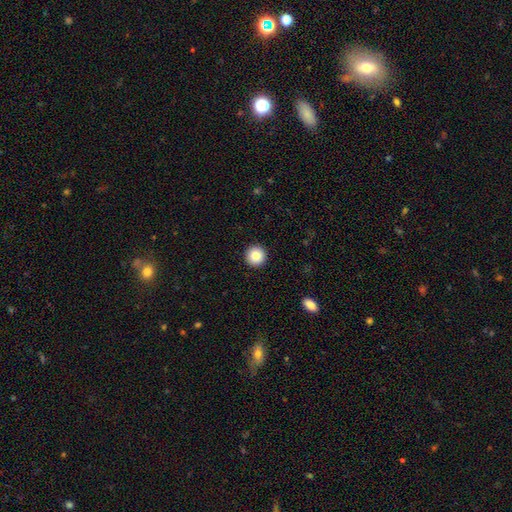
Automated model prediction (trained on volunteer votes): This appears to be a smooth galaxy with no disk features (85%) that is round (96%). Merging: none (94%).